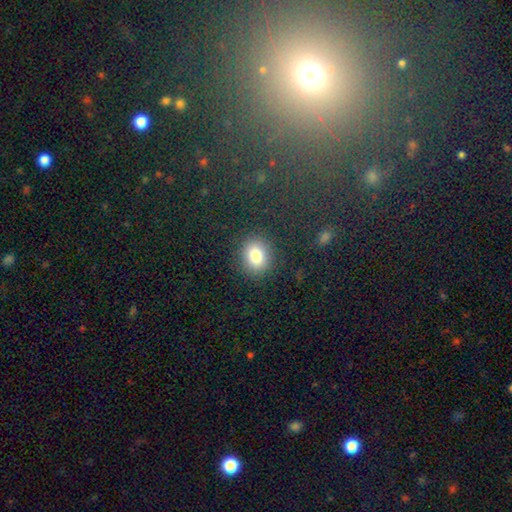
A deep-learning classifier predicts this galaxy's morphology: smooth 81%, star or artifact 10%, featured or disk 8%. Down the decision tree: how rounded — round (54%); merging — none (86%).